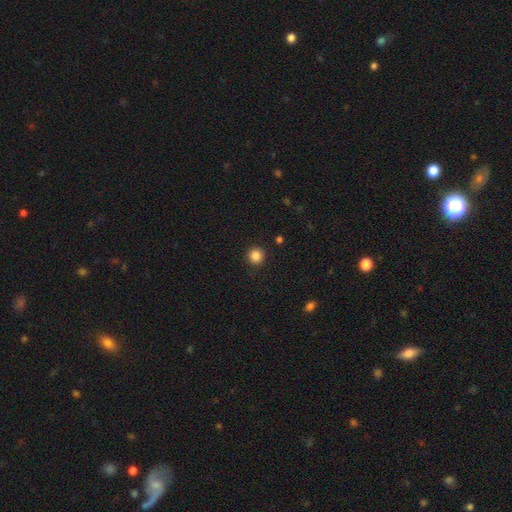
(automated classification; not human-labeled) Smooth or featured?
  - smooth: 85% *
  - star or artifact: 11%
  - featured or disk: 4%
How rounded?
  - round: 95% *
  - in between: 4%
  - cigar-shaped: 1%
Merging?
  - none: 93% *
  - minor disturbance: 5%
  - major disturbance: 2%
  - merger: 1%